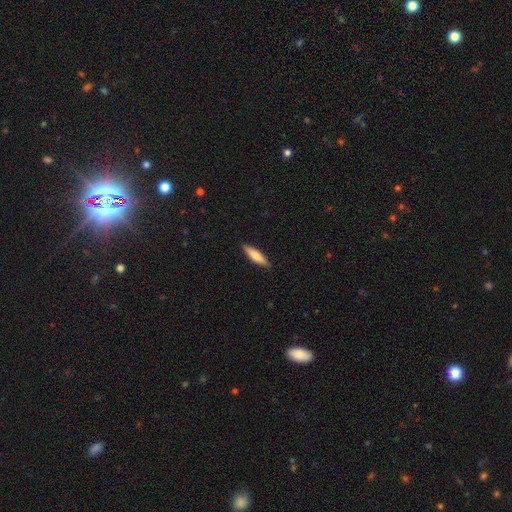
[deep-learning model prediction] This is likely a smooth galaxy (66%). How rounded: likely cigar-shaped (74%). Merging: clearly none (90%).